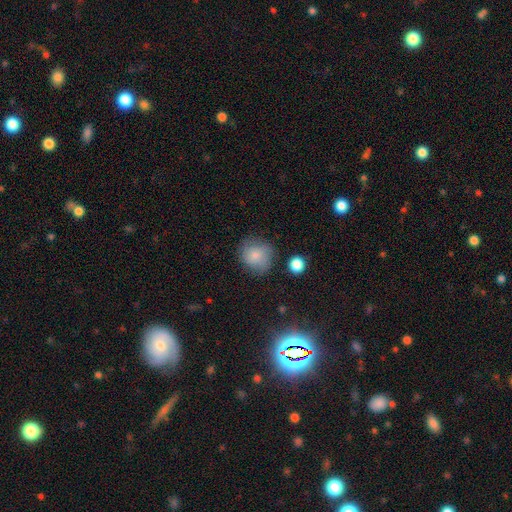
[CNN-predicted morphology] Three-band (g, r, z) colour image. It shows a smooth galaxy with no disk features (81%) that is round (84%). Merging: none (71%).